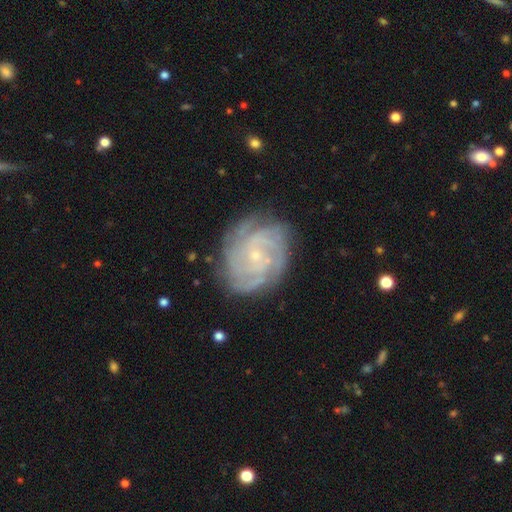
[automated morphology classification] smooth_or_featured: featured or disk (p=0.85) [alt: smooth p=0.09]
disk_edge_on: no (p=0.98) [alt: yes p=0.02]
bar: no (p=0.76) [alt: weak p=0.20]
has_spiral_arms: yes (p=0.96) [alt: no p=0.04]
spiral_winding: tight (p=0.71) [alt: medium p=0.25]
spiral_arm_count: can't tell (p=0.26) [tied with: 4 p=0.26]
bulge_size: small (p=0.83) [alt: moderate p=0.12]
merging: none (p=0.77) [alt: minor disturbance p=0.16]